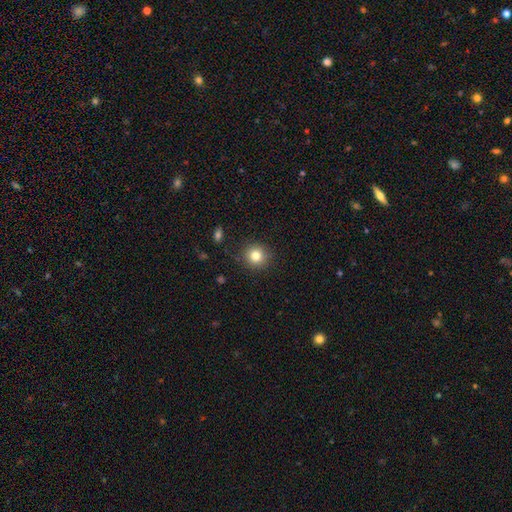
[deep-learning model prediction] Morphology: type=smooth (82%); roundness=round (92%); merging=none (90%).